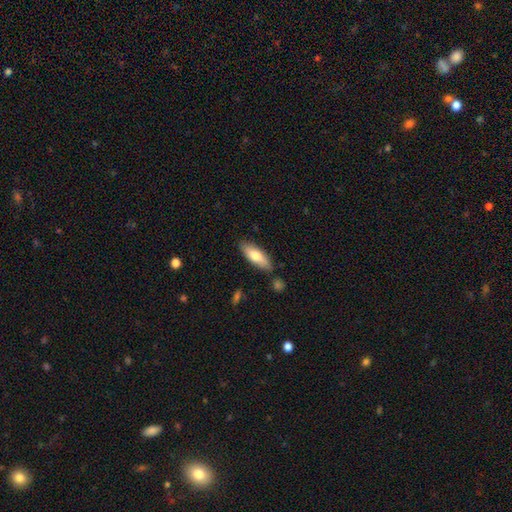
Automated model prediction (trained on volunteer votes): Smooth or featured? Predicted: smooth (p=0.73). How rounded? Predicted: in between (p=0.66). Merging? Predicted: none (p=0.81).